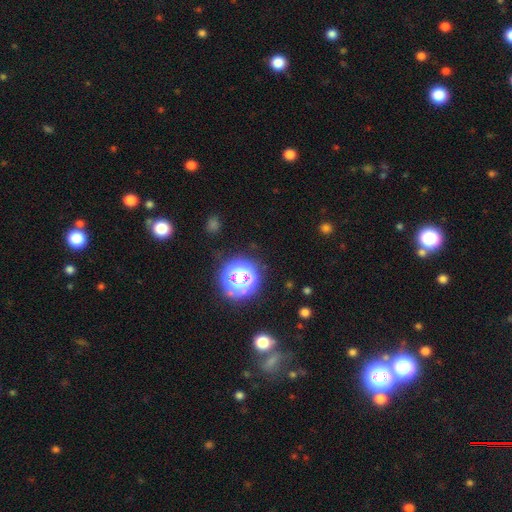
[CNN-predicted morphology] star or artifact 73%, smooth 19%, featured or disk 8%.